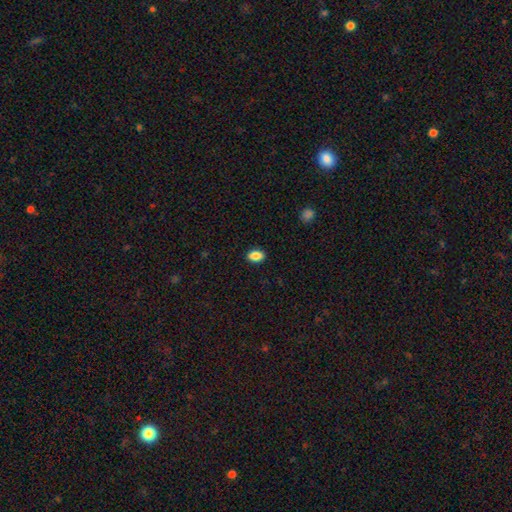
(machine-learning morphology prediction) Overall: smooth (87%). How rounded: in between (88%). Merging: none (89%).